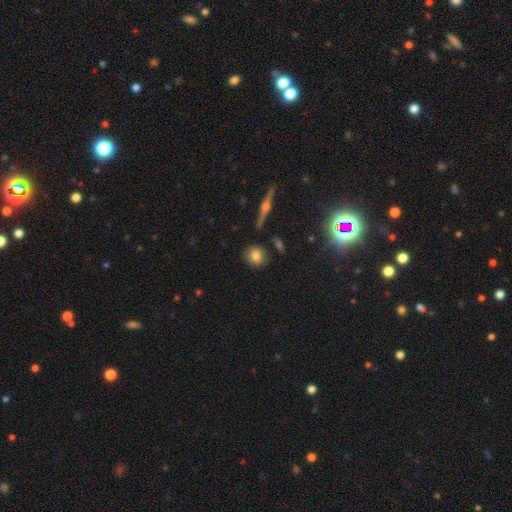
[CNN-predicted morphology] Smooth or featured? Predicted: smooth (p=0.77). How rounded? Predicted: round (p=0.75). Merging? Predicted: none (p=0.83).